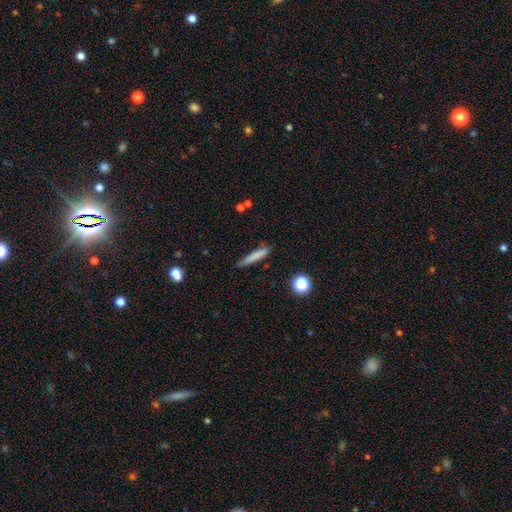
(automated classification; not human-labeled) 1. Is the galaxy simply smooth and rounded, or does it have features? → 77% smooth, 15% featured or disk, 8% star or artifact.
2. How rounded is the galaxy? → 91% cigar-shaped, 7% in between, 2% round.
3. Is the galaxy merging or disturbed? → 71% none, 22% minor disturbance, 4% major disturbance, 2% merger.